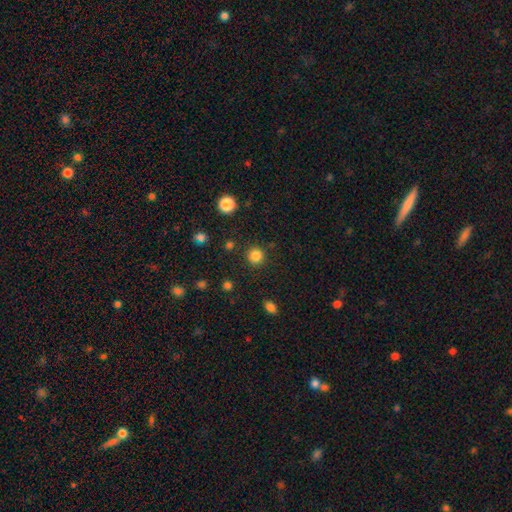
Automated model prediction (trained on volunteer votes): A smooth galaxy with no disk features (84%) that is round (94%). Merging: none (90%).